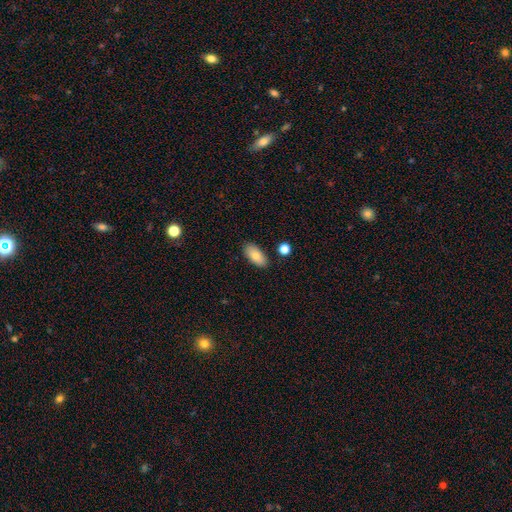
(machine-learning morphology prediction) smooth 81%, featured or disk 12%, star or artifact 7%. Down the decision tree: how rounded — in between (90%); merging — none (87%).